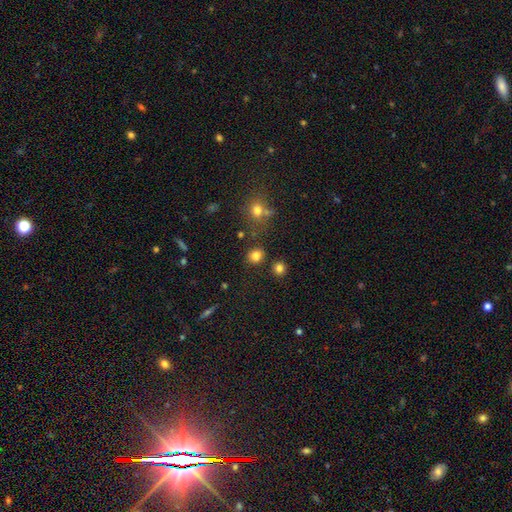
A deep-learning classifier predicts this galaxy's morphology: A smooth galaxy with no disk features (81%) that is round (74%).

Vote fractions:
- Smooth or featured? smooth: 81% / star or artifact: 14% / featured or disk: 5%
- How rounded? round: 74% / in between: 24% / cigar-shaped: 1%
- Merging? none: 79% / minor disturbance: 11% / merger: 7% / major disturbance: 4%